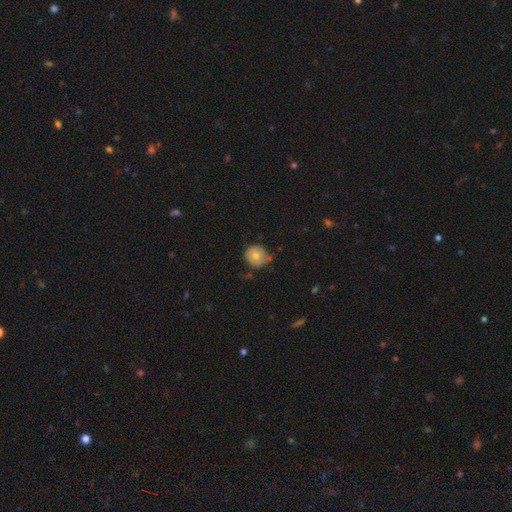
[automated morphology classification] smooth_or_featured: smooth (p=0.69) [alt: featured or disk p=0.23]
how_rounded: round (p=0.91) [alt: in between p=0.08]
merging: none (p=0.64) [alt: minor disturbance p=0.27]